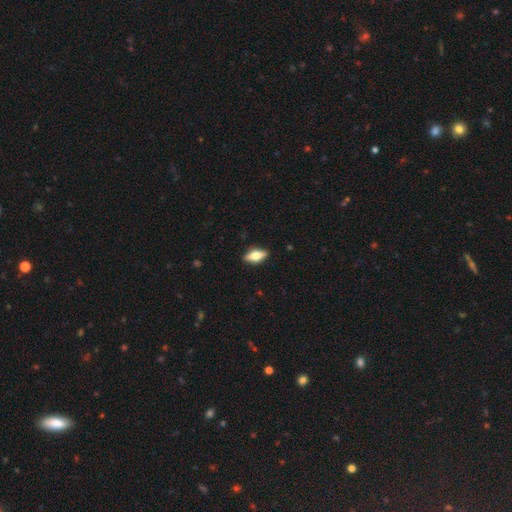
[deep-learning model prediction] Smooth or featured: smooth — 56% (featured or disk — 37%)
How rounded: in between — 79% (cigar-shaped — 16%)
Merging: none — 88% (minor disturbance — 9%)